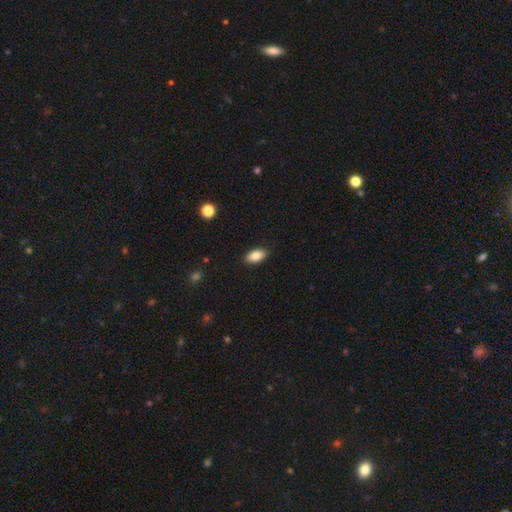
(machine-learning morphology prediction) A smooth galaxy with no disk features (85%) that is in between round and cigar-shaped (92%). Merging: none (88%).